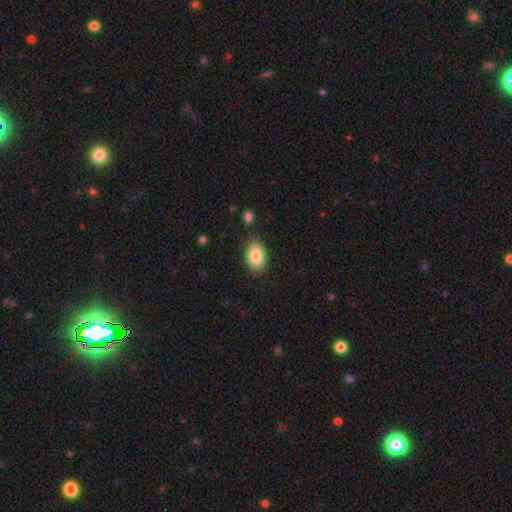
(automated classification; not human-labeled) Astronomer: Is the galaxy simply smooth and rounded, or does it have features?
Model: smooth — 85%.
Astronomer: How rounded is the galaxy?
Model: in between — 90%.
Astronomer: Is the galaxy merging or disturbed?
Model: none — 83%.